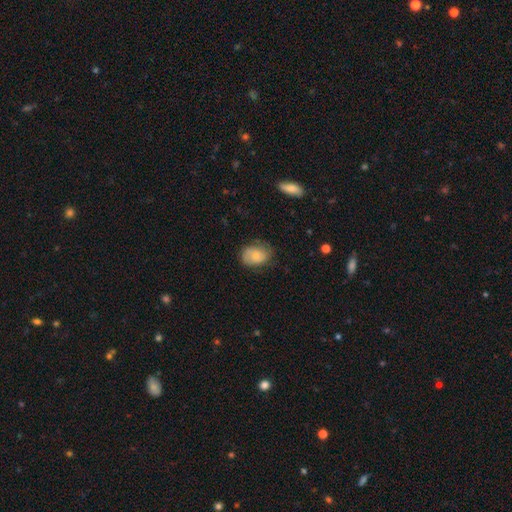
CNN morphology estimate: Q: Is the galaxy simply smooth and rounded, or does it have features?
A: smooth — 69%.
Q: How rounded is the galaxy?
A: in between — 72%.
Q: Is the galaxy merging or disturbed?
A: none — 64%.